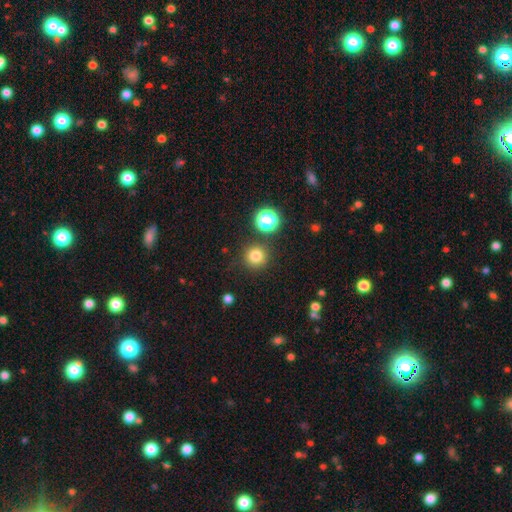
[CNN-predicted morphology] Smooth or featured? smooth (78%)
How rounded? round (95%)
Merging? none (85%)